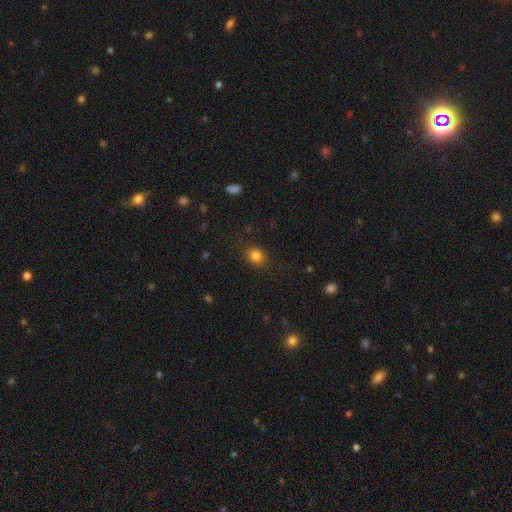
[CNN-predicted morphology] A smooth galaxy with no disk features (83%) that is round (68%).

Vote fractions:
- Smooth or featured? smooth: 83% / star or artifact: 12% / featured or disk: 5%
- How rounded? round: 68% / in between: 31% / cigar-shaped: 1%
- Merging? none: 85% / minor disturbance: 10% / major disturbance: 3% / merger: 1%